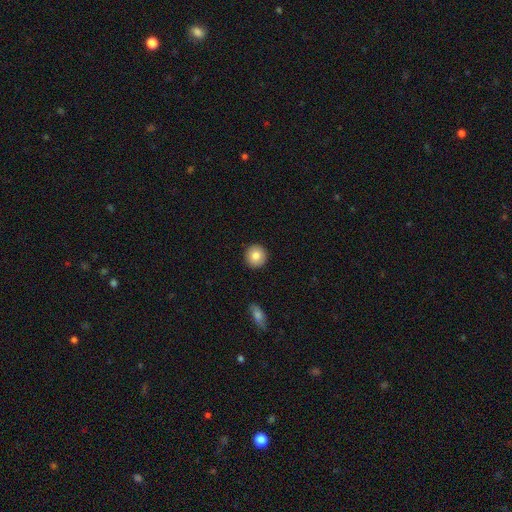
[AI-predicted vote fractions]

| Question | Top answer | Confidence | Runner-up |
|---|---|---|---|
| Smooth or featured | smooth | 83% | featured or disk (9%) |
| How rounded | round | 94% | in between (5%) |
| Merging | none | 92% | minor disturbance (5%) |